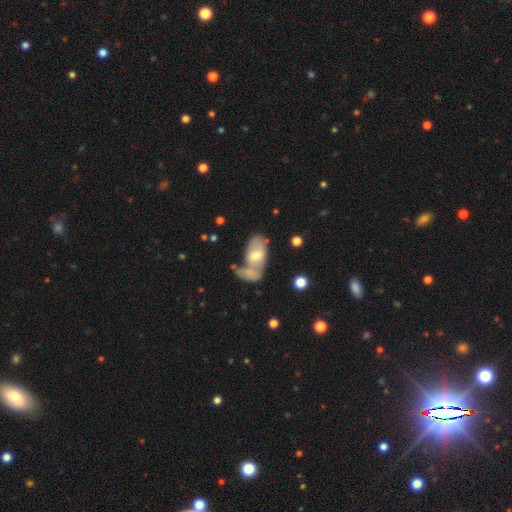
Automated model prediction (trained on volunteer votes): This appears to be a smooth galaxy with no disk features (57%) that is in between round and cigar-shaped (91%). Merging: merger (50%).